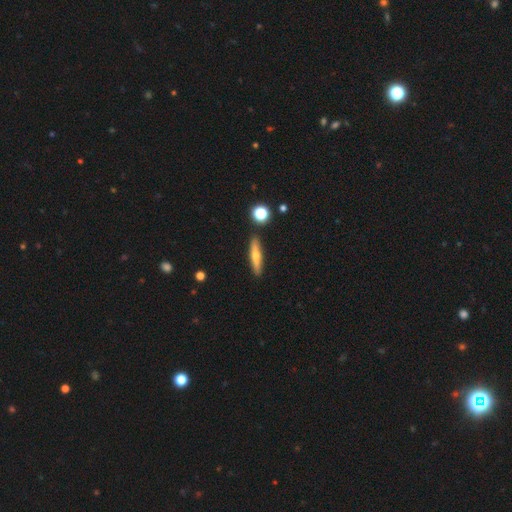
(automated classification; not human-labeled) This appears to be a smooth galaxy with no disk features (49%). Merging: none (88%).